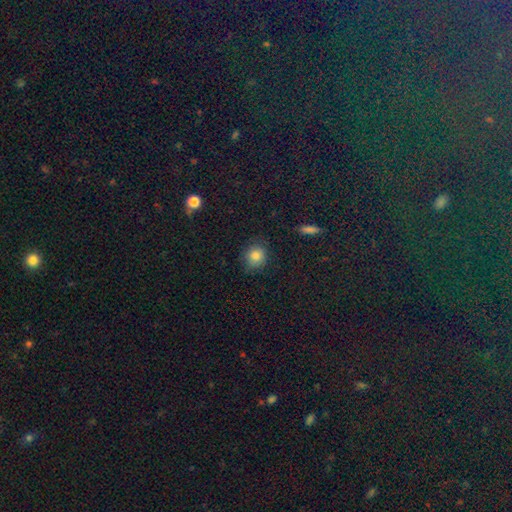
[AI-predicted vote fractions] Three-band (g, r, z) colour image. It shows a smooth galaxy with no disk features (83%) that is round (80%). Merging: none (80%).